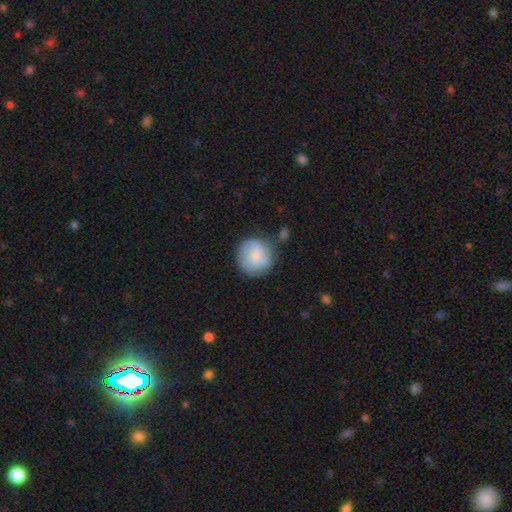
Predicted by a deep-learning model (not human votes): Smooth or featured?
  - featured or disk: 53% *
  - smooth: 40%
  - star or artifact: 7%
Edge-on disk?
  - no: 98% *
  - yes: 2%
Bar?
  - no: 69% *
  - weak: 28%
  - strong: 3%
Spiral arms?
  - yes: 91% *
  - no: 9%
Bulge size?
  - small: 68% *
  - moderate: 22%
  - none: 7%
  - large: 2%
  - dominant: 1%
Merging?
  - none: 73% *
  - minor disturbance: 17%
  - major disturbance: 6%
  - merger: 4%